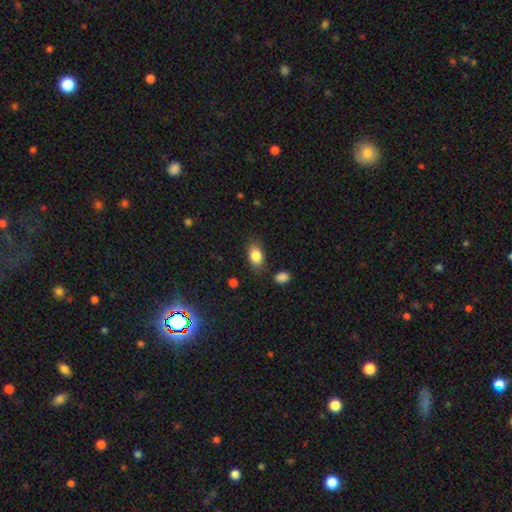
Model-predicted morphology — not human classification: Smooth or featured? Predicted: smooth (p=0.84). How rounded? Predicted: in between (p=0.86). Merging? Predicted: none (p=0.79).